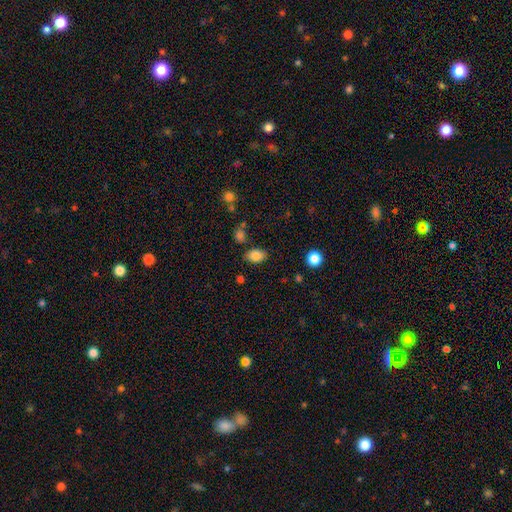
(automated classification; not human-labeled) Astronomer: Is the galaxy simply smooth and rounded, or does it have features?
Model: smooth — 85%.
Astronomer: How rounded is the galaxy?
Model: in between — 81%.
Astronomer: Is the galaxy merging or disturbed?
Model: none — 77%.